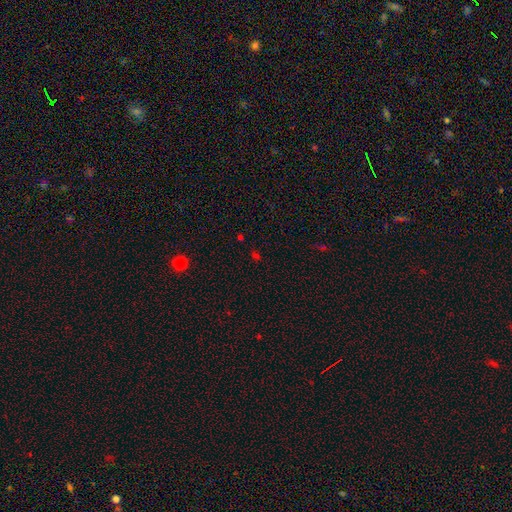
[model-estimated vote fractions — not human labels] Smooth or featured? Predicted: star or artifact (p=0.53).